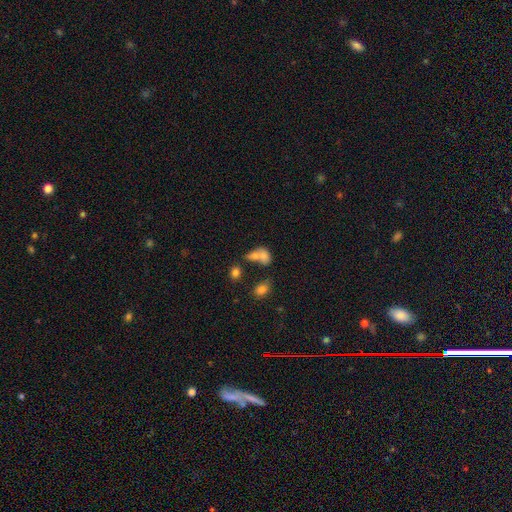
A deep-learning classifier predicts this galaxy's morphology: Smooth or featured? Predicted: smooth (p=0.67). How rounded? Predicted: in between (p=0.65). Merging? Predicted: merger (p=0.56).